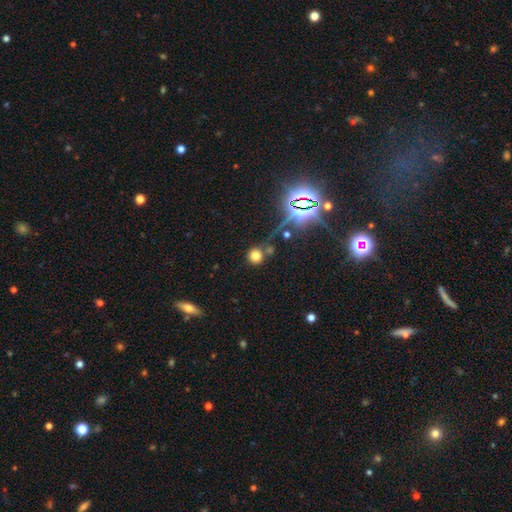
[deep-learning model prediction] Smooth or featured? smooth (69%)
How rounded? round (89%)
Merging? none (68%)